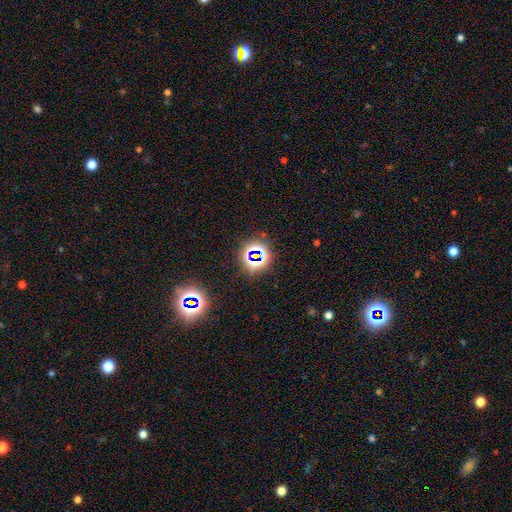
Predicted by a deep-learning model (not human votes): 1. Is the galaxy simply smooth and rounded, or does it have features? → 72% star or artifact, 19% smooth, 9% featured or disk.